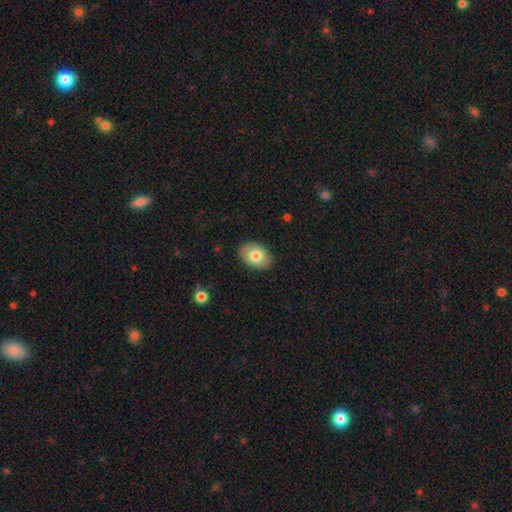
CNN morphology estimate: smooth-or-featured: smooth: 77% | featured or disk: 16% | star or artifact: 7%
  how-rounded: in between: 85% | round: 14% | cigar-shaped: 1%
  merging: none: 87% | minor disturbance: 9% | major disturbance: 2% | merger: 1%